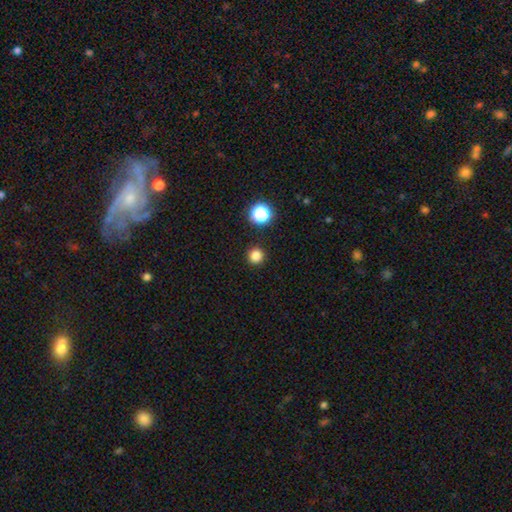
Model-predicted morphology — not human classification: Smooth or featured? smooth (82%)
How rounded? round (95%)
Merging? none (92%)